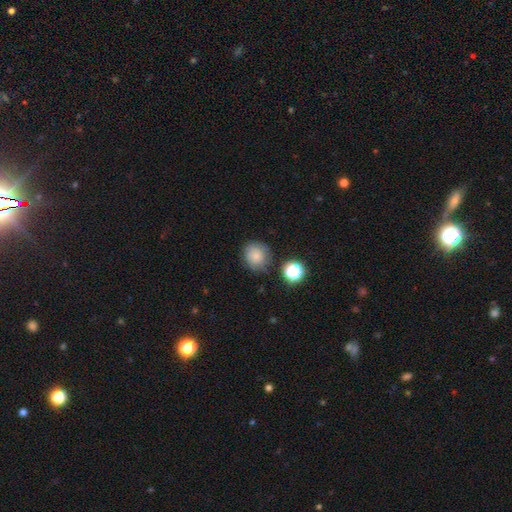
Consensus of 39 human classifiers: Smooth or featured?
  - smooth: 77% *
  - featured or disk: 13%
  - star or artifact: 10%
How rounded?
  - round: 80% *
  - in between: 20%
  - cigar-shaped: 0%
Merging?
  - none: 66% *
  - minor disturbance: 20%
  - merger: 11%
  - major disturbance: 3%